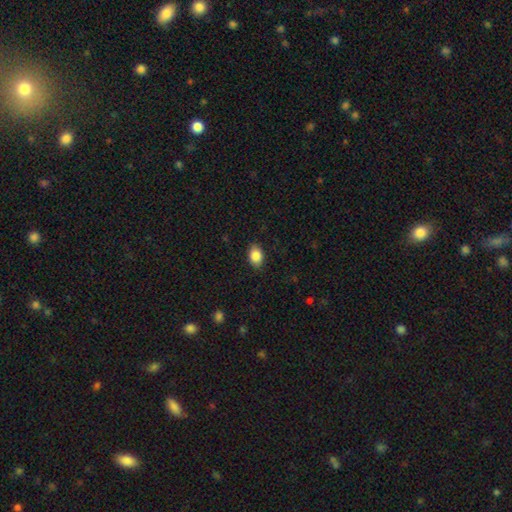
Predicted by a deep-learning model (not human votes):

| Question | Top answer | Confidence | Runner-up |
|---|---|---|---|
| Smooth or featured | smooth | 87% | star or artifact (8%) |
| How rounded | in between | 80% | round (19%) |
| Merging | none | 86% | minor disturbance (10%) |